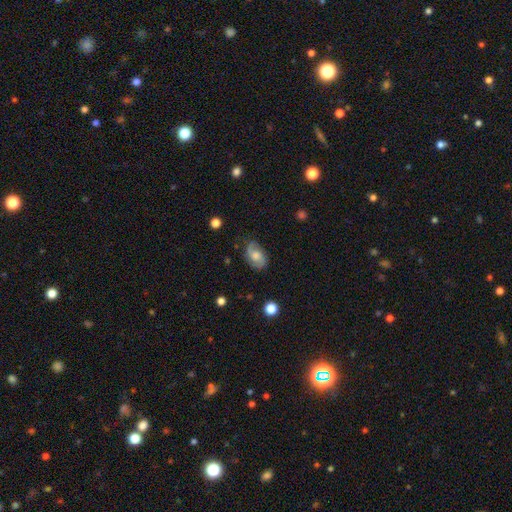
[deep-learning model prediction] A featured or disk galaxy (55%) with no bar (64%), spiral arms (87%) and a moderate central bulge (53%).

Vote fractions:
- Smooth or featured? featured or disk: 55% / smooth: 37% / star or artifact: 8%
- Edge-on disk? no: 96% / yes: 4%
- Bar? no: 64% / weak: 32% / strong: 5%
- Spiral arms? yes: 87% / no: 13%
- Bulge size? moderate: 53% / small: 19% / large: 18% / none: 7% / dominant: 2%
- Merging? none: 72% / minor disturbance: 21% / major disturbance: 6% / merger: 1%